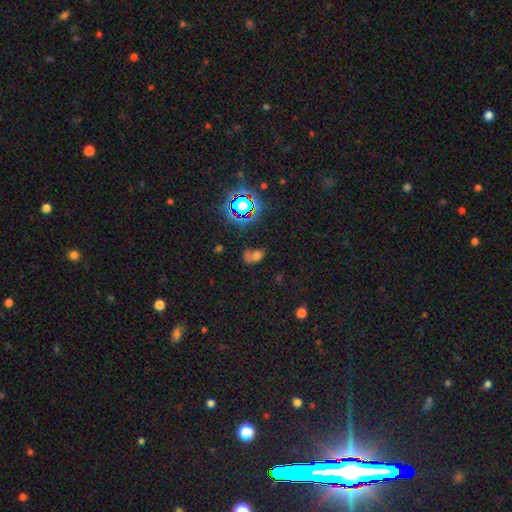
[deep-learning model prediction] This is possibly a smooth galaxy (54%). How rounded: likely in between (67%). Merging: marginally none (38%).